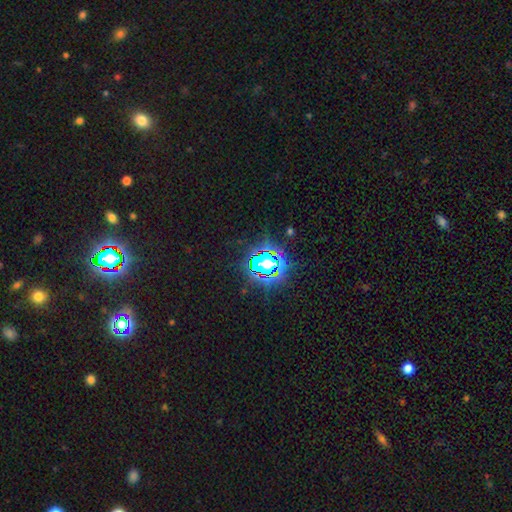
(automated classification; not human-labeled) smooth-or-featured: star or artifact: 78% | smooth: 14% | featured or disk: 9%